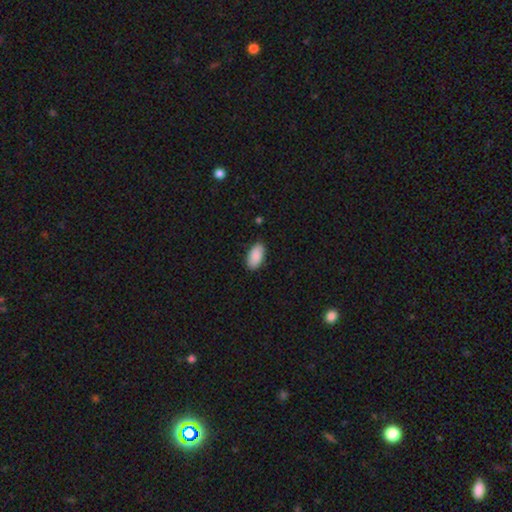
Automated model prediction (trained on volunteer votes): Overall: smooth (89%). How rounded: in between (95%). Merging: none (85%).